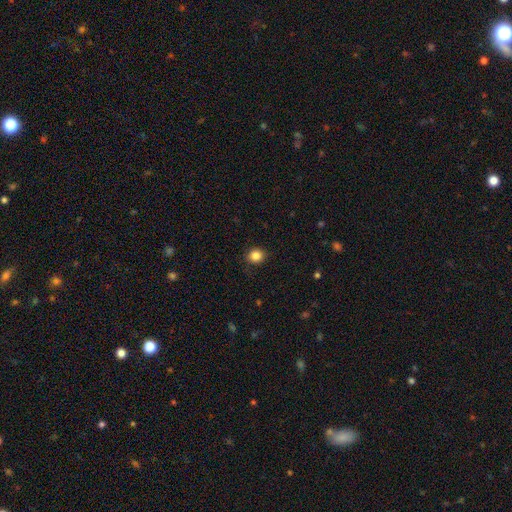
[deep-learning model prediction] smooth_or_featured: smooth (p=0.85) [alt: star or artifact p=0.11]
how_rounded: round (p=0.79) [alt: in between p=0.20]
merging: none (p=0.87) [alt: minor disturbance p=0.10]